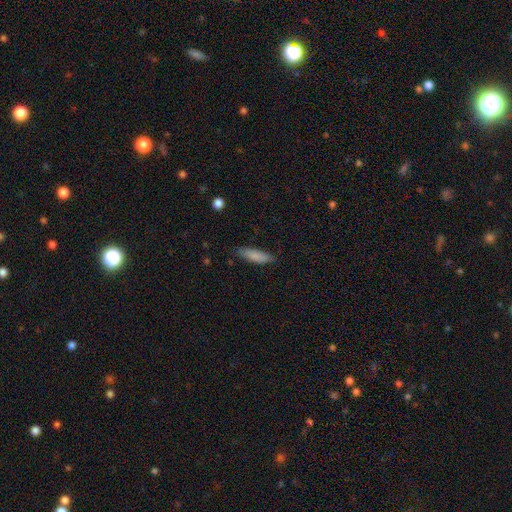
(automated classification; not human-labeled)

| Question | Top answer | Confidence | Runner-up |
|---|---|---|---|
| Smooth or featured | smooth | 85% | featured or disk (9%) |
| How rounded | cigar-shaped | 56% | in between (42%) |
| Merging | none | 82% | minor disturbance (14%) |